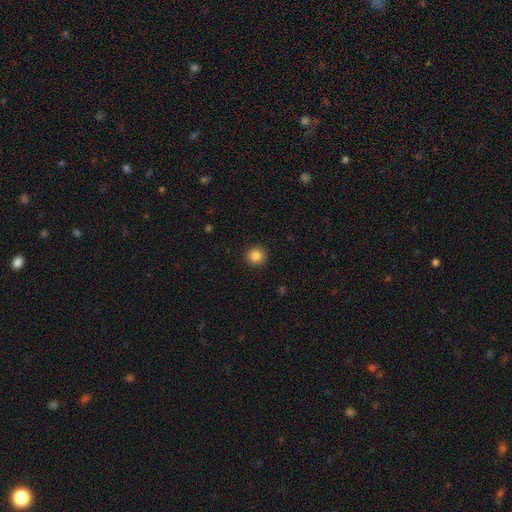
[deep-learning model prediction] Smooth or featured?
  - smooth: 86% *
  - star or artifact: 10%
  - featured or disk: 4%
How rounded?
  - round: 94% *
  - in between: 5%
  - cigar-shaped: 1%
Merging?
  - none: 92% *
  - minor disturbance: 5%
  - major disturbance: 2%
  - merger: 1%